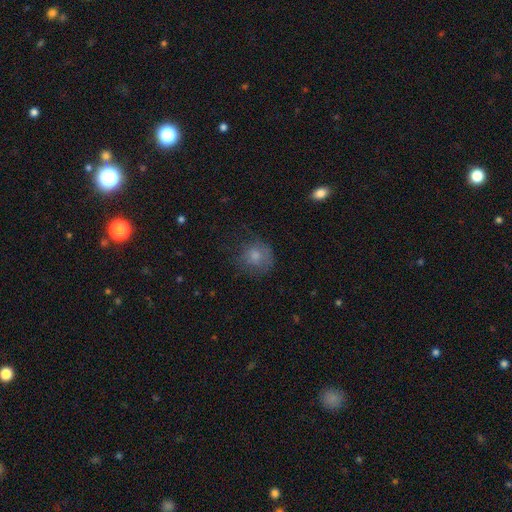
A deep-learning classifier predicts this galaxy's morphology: A smooth galaxy with no disk features (73%) that is round (83%).

Vote fractions:
- Smooth or featured? smooth: 73% / featured or disk: 17% / star or artifact: 11%
- How rounded? round: 83% / in between: 16% / cigar-shaped: 1%
- Merging? none: 55% / minor disturbance: 24% / major disturbance: 20% / merger: 2%